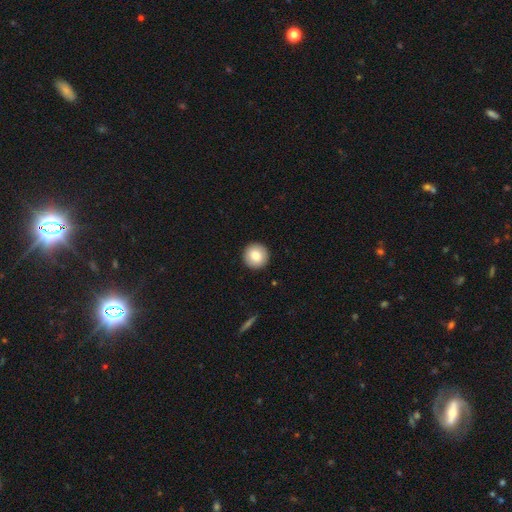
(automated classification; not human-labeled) Q: Smooth or featured?
A: smooth (84%); runner-up: featured or disk (9%)
Q: How rounded?
A: round (96%); runner-up: in between (3%)
Q: Merging?
A: none (93%); runner-up: minor disturbance (5%)